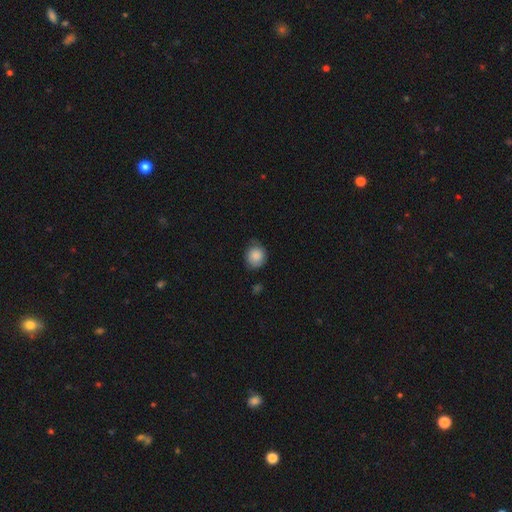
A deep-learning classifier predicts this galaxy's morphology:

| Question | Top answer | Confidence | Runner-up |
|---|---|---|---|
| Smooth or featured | smooth | 85% | featured or disk (8%) |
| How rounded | round | 79% | in between (20%) |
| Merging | none | 64% | minor disturbance (29%) |